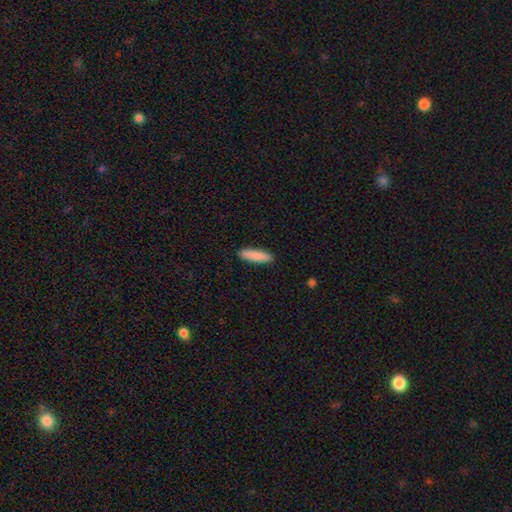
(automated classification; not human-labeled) Overall: smooth (88%). How rounded: cigar-shaped (73%). Merging: none (91%).